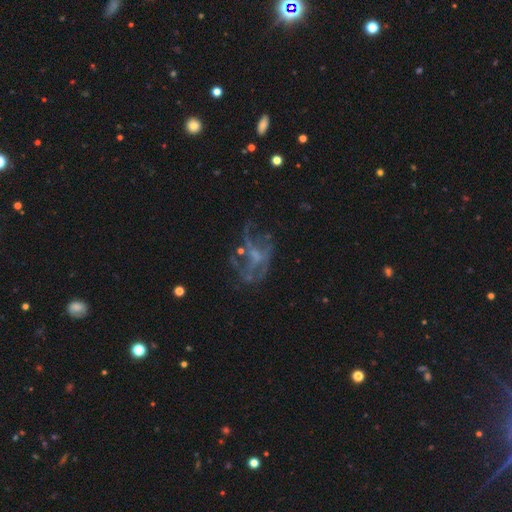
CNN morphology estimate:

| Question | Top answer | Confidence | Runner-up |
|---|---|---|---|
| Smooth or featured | featured or disk | 70% | star or artifact (16%) |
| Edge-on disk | no | 97% | yes (3%) |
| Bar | no | 63% | weak (29%) |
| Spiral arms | no | 50% | tied: yes (50%) |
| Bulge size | none | 46% | small (32%) |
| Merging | none | 42% | major disturbance (35%) |